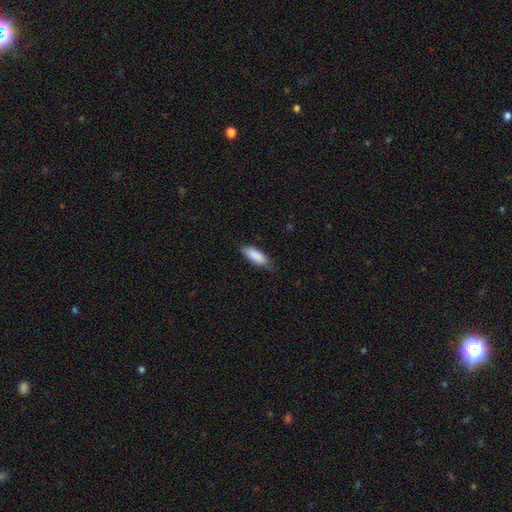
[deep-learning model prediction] Q: Smooth or featured?
A: smooth (87%); runner-up: featured or disk (7%)
Q: How rounded?
A: in between (69%); runner-up: cigar-shaped (29%)
Q: Merging?
A: none (69%); runner-up: minor disturbance (26%)